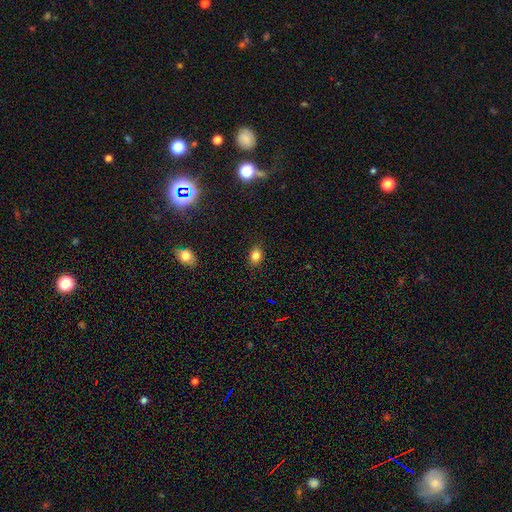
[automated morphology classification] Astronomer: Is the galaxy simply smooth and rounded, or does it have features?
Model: smooth — 82%.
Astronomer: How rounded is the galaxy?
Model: in between — 58% (runner-up: round, 41%).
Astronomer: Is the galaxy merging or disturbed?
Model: none — 87%.